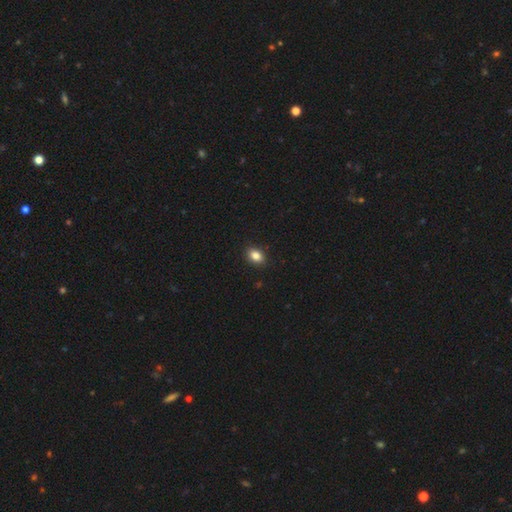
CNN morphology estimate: smooth_or_featured: smooth (p=0.85) [alt: star or artifact p=0.10]
how_rounded: in between (p=0.72) [alt: round p=0.27]
merging: none (p=0.90) [alt: minor disturbance p=0.07]